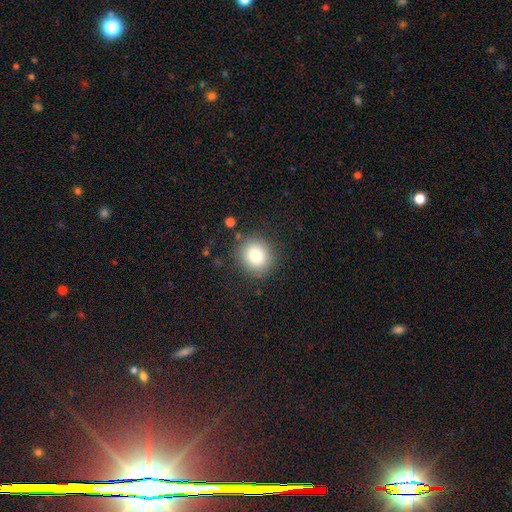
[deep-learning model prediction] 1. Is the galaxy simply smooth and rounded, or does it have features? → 82% smooth, 10% star or artifact, 8% featured or disk.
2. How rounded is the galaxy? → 89% round, 10% in between, 1% cigar-shaped.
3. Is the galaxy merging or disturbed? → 86% none, 8% minor disturbance, 3% major disturbance, 2% merger.